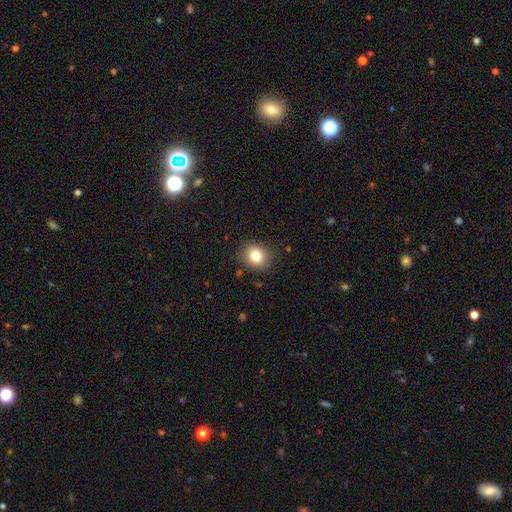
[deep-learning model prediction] A smooth galaxy with no disk features (80%) that is round (71%).

Vote fractions:
- Smooth or featured? smooth: 80% / star or artifact: 12% / featured or disk: 8%
- How rounded? round: 71% / in between: 28% / cigar-shaped: 1%
- Merging? none: 87% / minor disturbance: 9% / major disturbance: 3% / merger: 1%